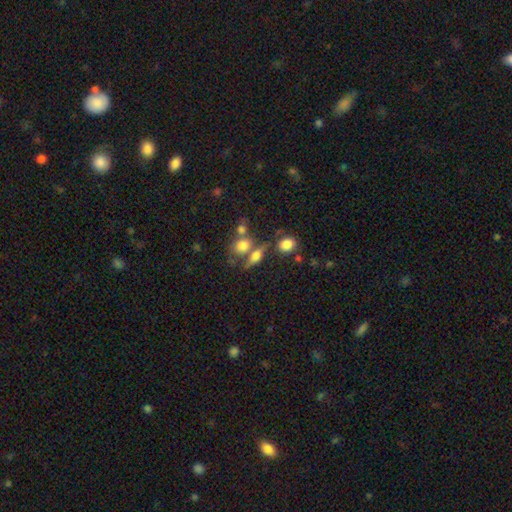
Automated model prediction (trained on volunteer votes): Smooth or featured?
  - smooth: 61% *
  - featured or disk: 26%
  - star or artifact: 12%
How rounded?
  - in between: 58% *
  - round: 24%
  - cigar-shaped: 18%
Merging?
  - none: 50% *
  - merger: 29%
  - minor disturbance: 13%
  - major disturbance: 8%